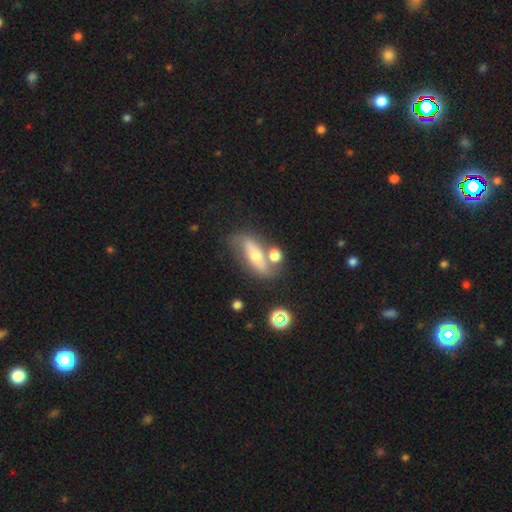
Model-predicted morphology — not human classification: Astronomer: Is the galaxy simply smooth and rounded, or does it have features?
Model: featured or disk — 60%.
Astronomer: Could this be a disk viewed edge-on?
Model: no — 69%.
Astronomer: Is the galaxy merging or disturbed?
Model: none — 58%.